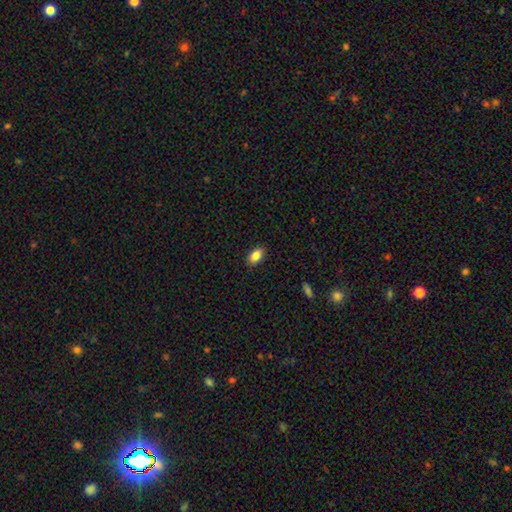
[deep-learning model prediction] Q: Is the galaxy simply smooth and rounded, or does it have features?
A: smooth — 86%.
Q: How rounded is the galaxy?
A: in between — 90%.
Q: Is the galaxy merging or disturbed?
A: none — 89%.